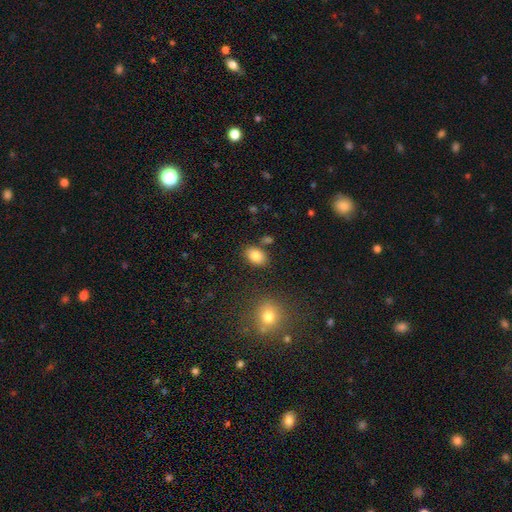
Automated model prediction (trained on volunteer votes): smooth_or_featured: smooth (p=0.83) [alt: star or artifact p=0.09]
how_rounded: in between (p=0.82) [alt: round p=0.16]
merging: none (p=0.82) [alt: minor disturbance p=0.10]